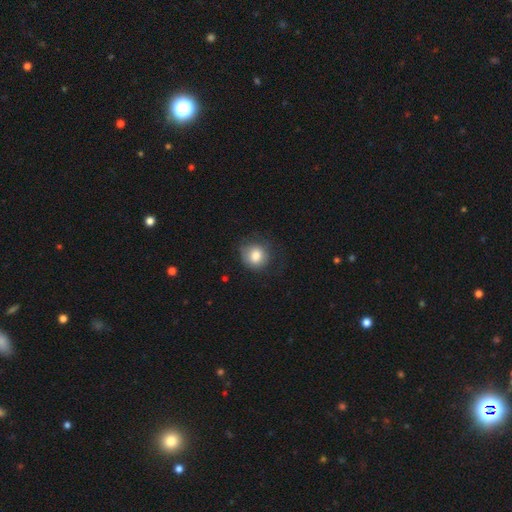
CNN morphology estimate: Overall: smooth (80%). How rounded: round (84%). Merging: none (66%).